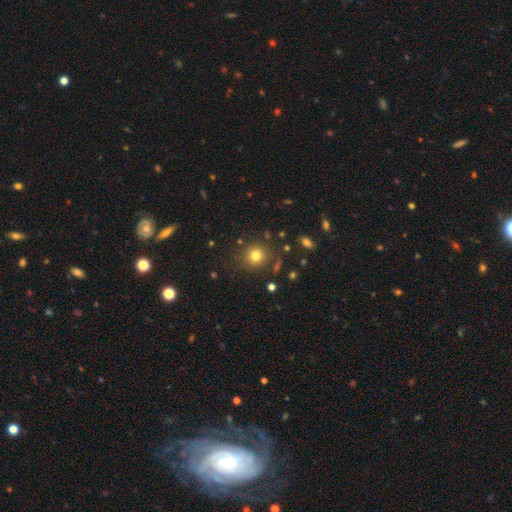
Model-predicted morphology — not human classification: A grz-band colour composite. It shows a smooth galaxy with no disk features (77%) that is round (90%). Merging: none (84%).